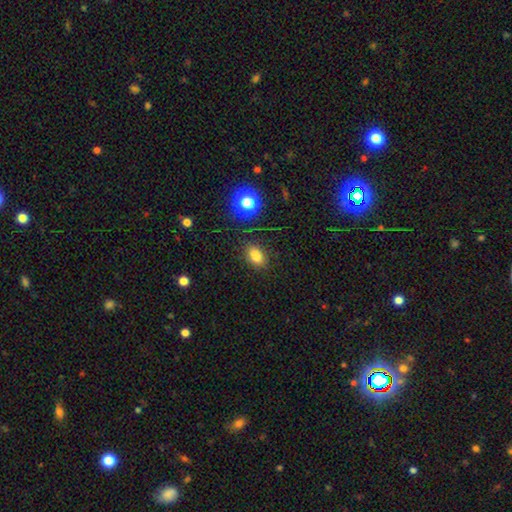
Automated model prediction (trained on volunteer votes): A smooth galaxy with no disk features (78%) that is in between round and cigar-shaped (84%). Merging: none (84%).